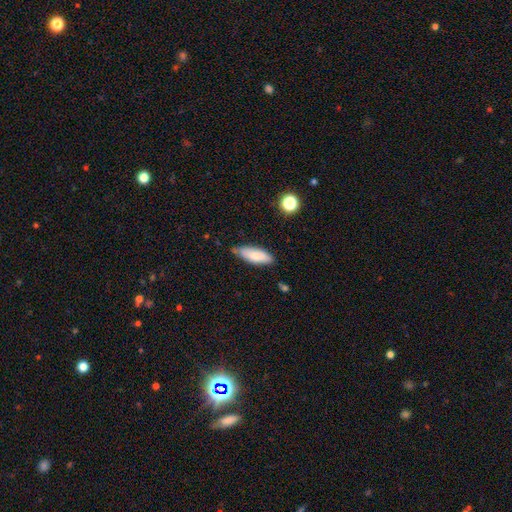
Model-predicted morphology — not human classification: Smooth or featured?
  - smooth: 78% *
  - featured or disk: 15%
  - star or artifact: 6%
How rounded?
  - in between: 68% *
  - cigar-shaped: 30%
  - round: 2%
Merging?
  - none: 68% *
  - minor disturbance: 25%
  - major disturbance: 4%
  - merger: 2%